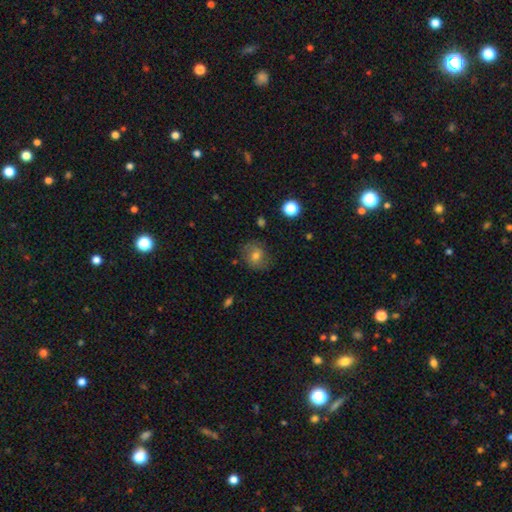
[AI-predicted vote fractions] This appears to be a smooth galaxy with no disk features (65%) that is round (69%). Merging: none (74%).